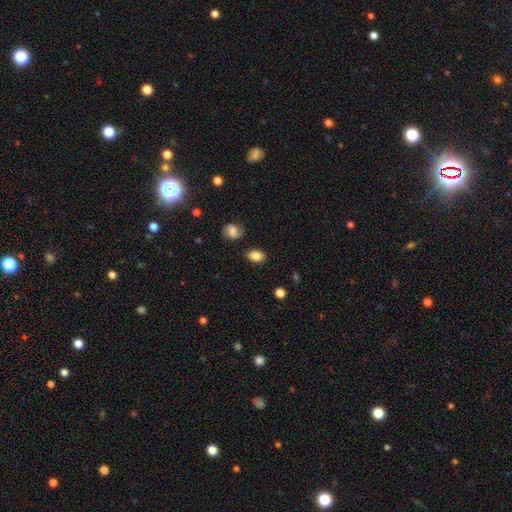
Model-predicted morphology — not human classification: smooth 86%, star or artifact 8%, featured or disk 6%. Down the decision tree: how rounded — in between (82%); merging — none (84%).